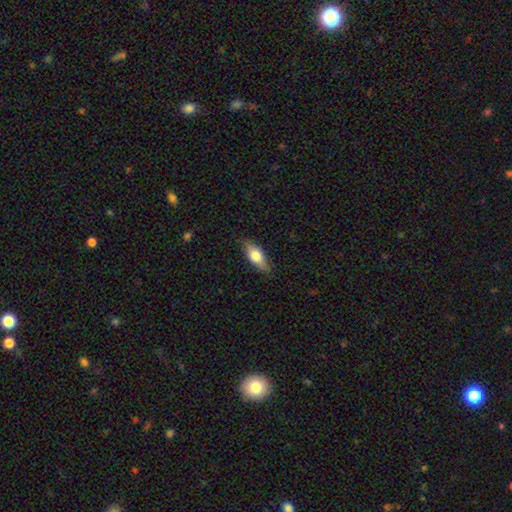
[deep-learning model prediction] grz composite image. It shows a smooth galaxy with no disk features (67%) that is in between round and cigar-shaped (75%). Merging: none (84%).